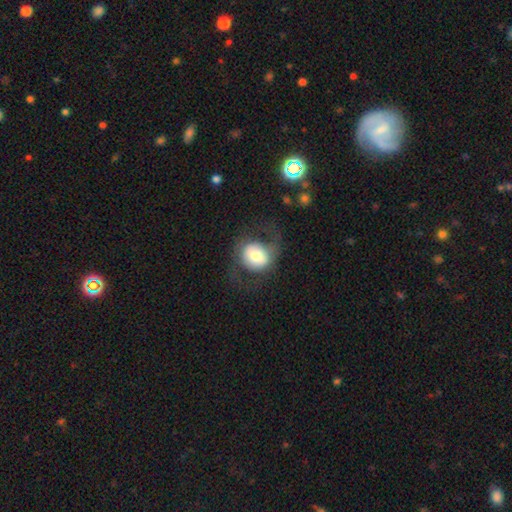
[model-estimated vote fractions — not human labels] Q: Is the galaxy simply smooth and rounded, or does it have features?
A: smooth — 55%.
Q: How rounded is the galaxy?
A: round — 78%.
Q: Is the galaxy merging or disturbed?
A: none — 61%.